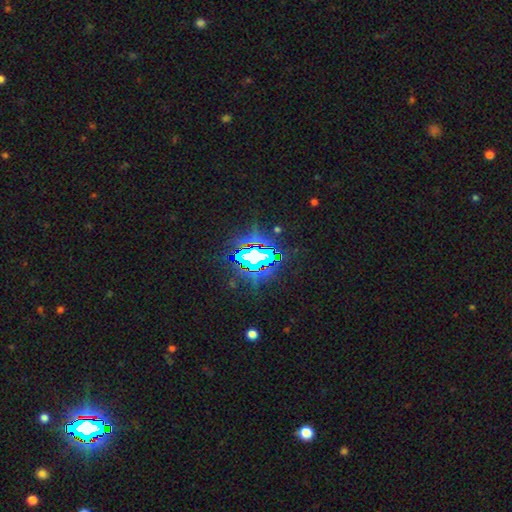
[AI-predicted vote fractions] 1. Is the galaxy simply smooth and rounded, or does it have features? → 74% star or artifact, 13% featured or disk, 13% smooth.